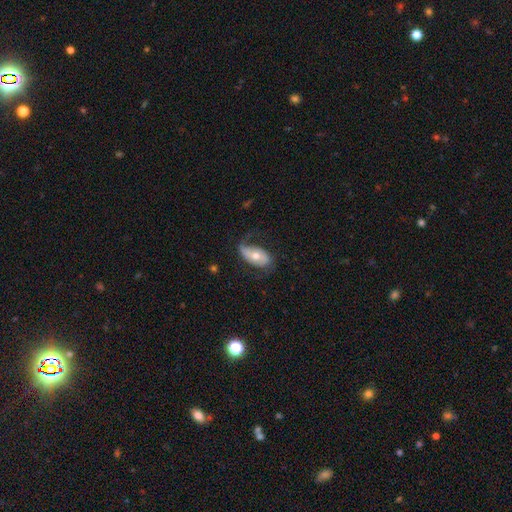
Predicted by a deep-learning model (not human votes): featured or disk 62%, smooth 32%, star or artifact 6%. Down the decision tree: edge-on disk — no (92%); bar — no (58%); spiral arms — yes (80%); bulge size — moderate (68%); merging — none (52%).